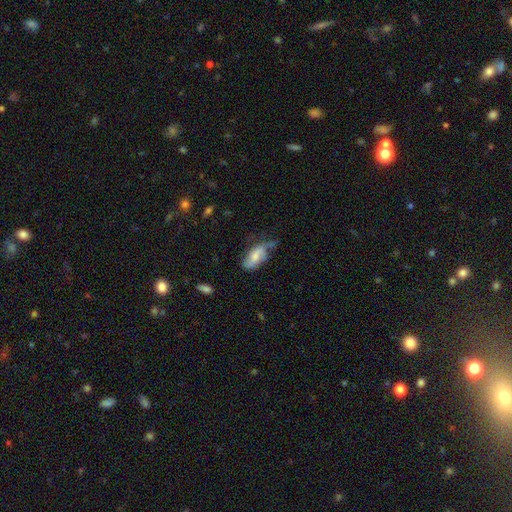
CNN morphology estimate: This is possibly a smooth galaxy (57%). How rounded: clearly in between (87%). Merging: marginally minor disturbance (37%).